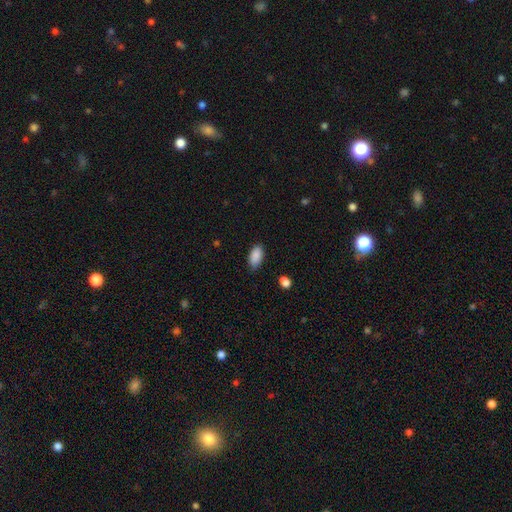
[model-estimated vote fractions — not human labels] The model was most divided on "merging": none: 80%, minor disturbance: 15%, major disturbance: 3%, merger: 1%. More confident: how rounded — in between (94%); smooth or featured — smooth (89%).